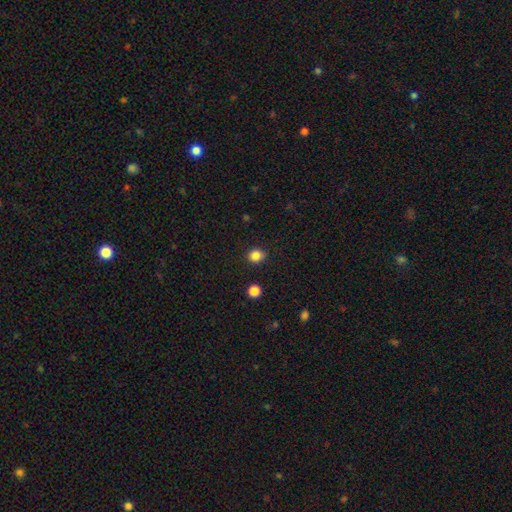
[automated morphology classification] Q: Smooth or featured?
A: smooth (84%); runner-up: star or artifact (12%)
Q: How rounded?
A: round (79%); runner-up: in between (20%)
Q: Merging?
A: none (87%); runner-up: minor disturbance (9%)